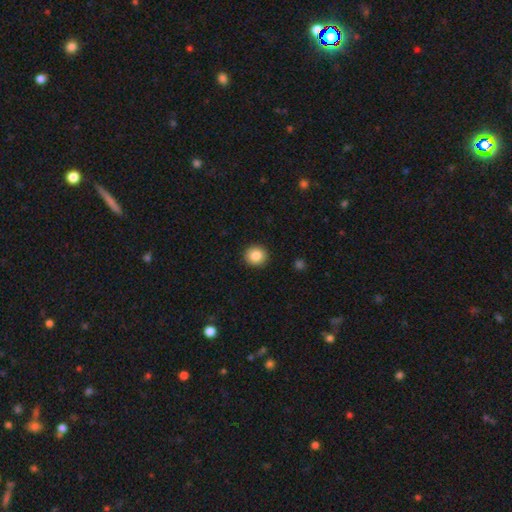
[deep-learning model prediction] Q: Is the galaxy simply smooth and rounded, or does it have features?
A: smooth — 86%.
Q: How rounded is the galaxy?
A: round — 92%.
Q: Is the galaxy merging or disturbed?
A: none — 92%.